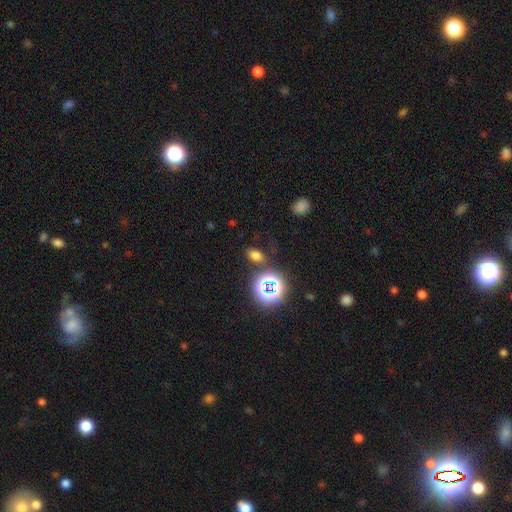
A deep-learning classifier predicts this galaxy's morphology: Smooth or featured? smooth (64%)
How rounded? in between (78%)
Merging? none (79%)